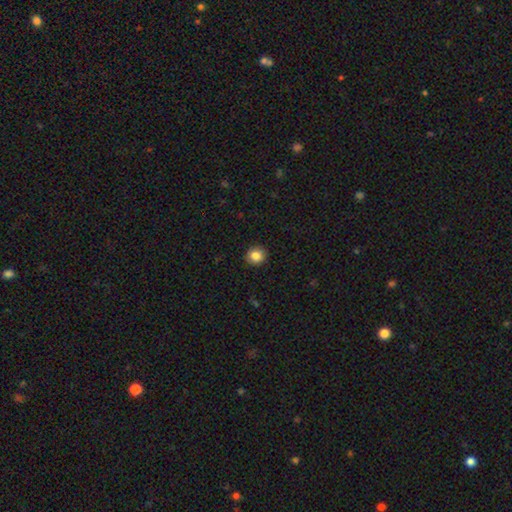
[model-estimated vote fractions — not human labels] smooth 85%, star or artifact 9%, featured or disk 5%. Down the decision tree: how rounded — round (86%); merging — none (91%).